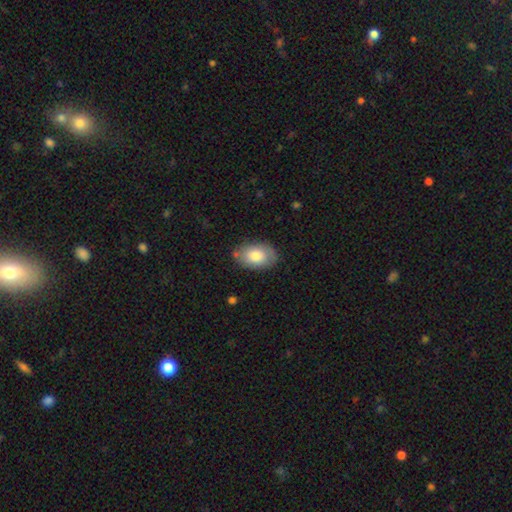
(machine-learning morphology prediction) Smooth or featured? smooth (79%)
How rounded? in between (90%)
Merging? none (79%)